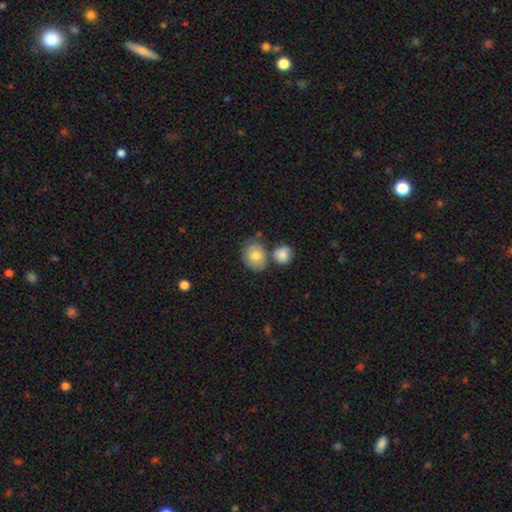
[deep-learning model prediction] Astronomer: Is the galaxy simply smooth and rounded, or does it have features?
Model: smooth — 78%.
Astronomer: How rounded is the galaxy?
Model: round — 56% (runner-up: in between, 43%).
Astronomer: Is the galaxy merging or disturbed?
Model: none — 56%.